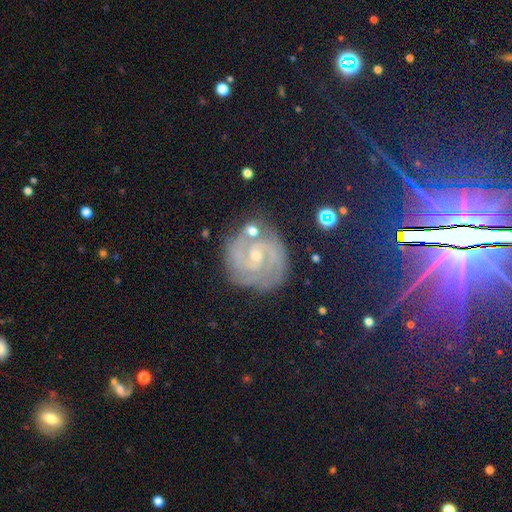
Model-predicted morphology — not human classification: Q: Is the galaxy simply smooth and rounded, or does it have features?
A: featured or disk — 85%.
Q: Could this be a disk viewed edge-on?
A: no — 98%.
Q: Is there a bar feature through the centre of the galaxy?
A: no — 48%.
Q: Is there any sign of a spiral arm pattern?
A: yes — 97%.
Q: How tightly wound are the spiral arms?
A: tight — 72%.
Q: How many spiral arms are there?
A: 2 — 56%.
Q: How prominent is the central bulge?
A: small — 60%.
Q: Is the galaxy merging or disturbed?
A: none — 74%.